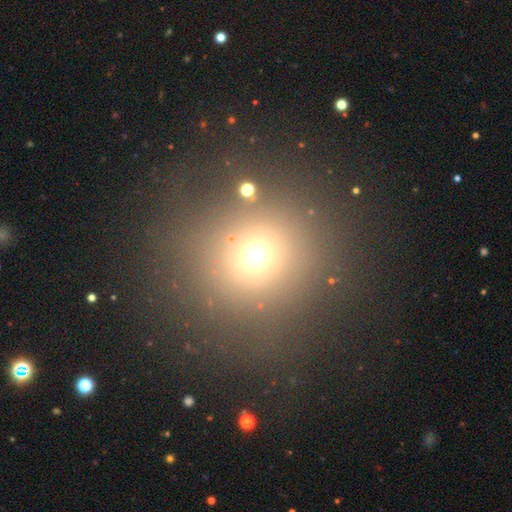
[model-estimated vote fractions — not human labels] Smooth or featured? Predicted: smooth (p=0.65). How rounded? Predicted: round (p=0.92). Merging? Predicted: none (p=0.79).